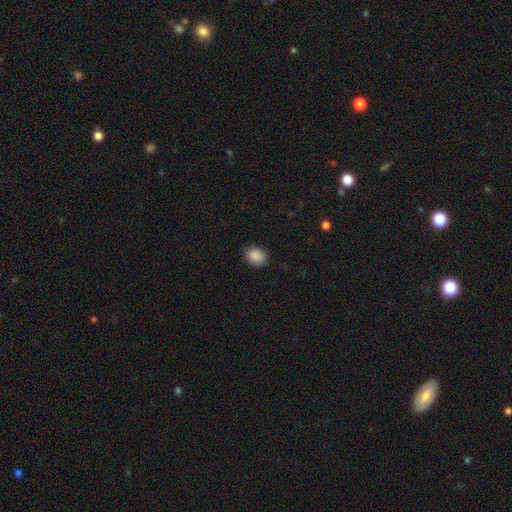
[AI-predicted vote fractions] Q: Smooth or featured?
A: smooth (89%); runner-up: star or artifact (8%)
Q: How rounded?
A: in between (59%); runner-up: round (40%)
Q: Merging?
A: none (88%); runner-up: minor disturbance (8%)